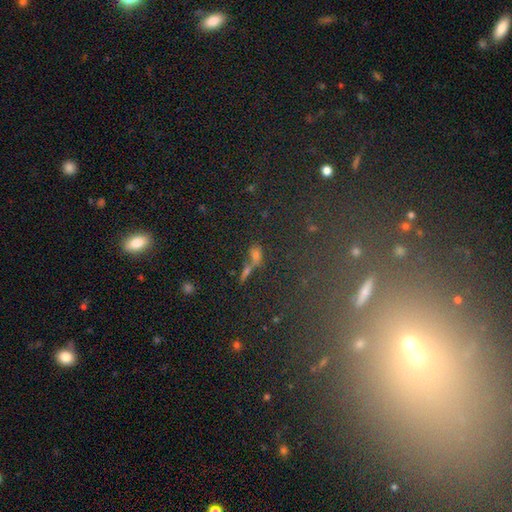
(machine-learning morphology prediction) type=smooth (52%); roundness=in between (54%); merging=none (47%).